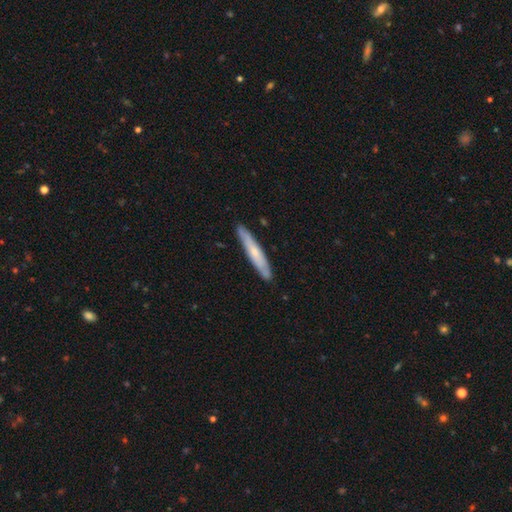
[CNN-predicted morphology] Smooth or featured?
  - smooth: 47% *
  - featured or disk: 45%
  - star or artifact: 8%
Merging?
  - none: 88% *
  - minor disturbance: 9%
  - major disturbance: 2%
  - merger: 1%